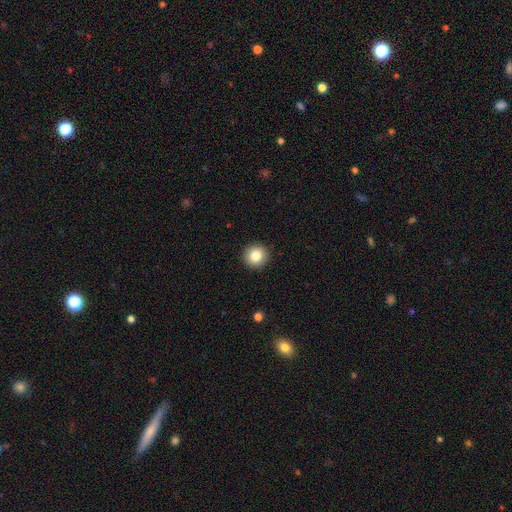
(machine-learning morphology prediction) Smooth or featured? Predicted: smooth (p=0.84). How rounded? Predicted: round (p=0.94). Merging? Predicted: none (p=0.93).